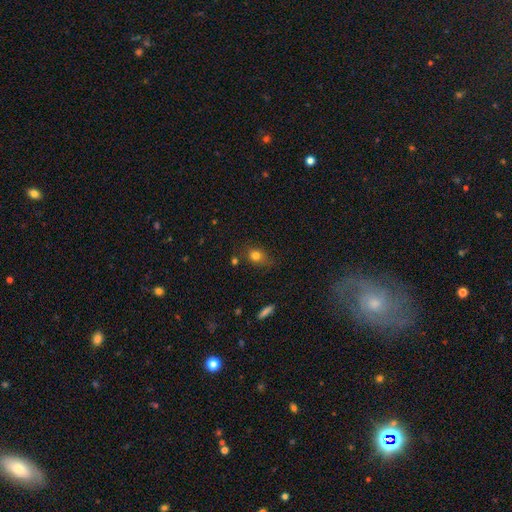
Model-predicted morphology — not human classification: smooth 78%, star or artifact 13%, featured or disk 9%. Down the decision tree: how rounded — round (50%); merging — none (68%).